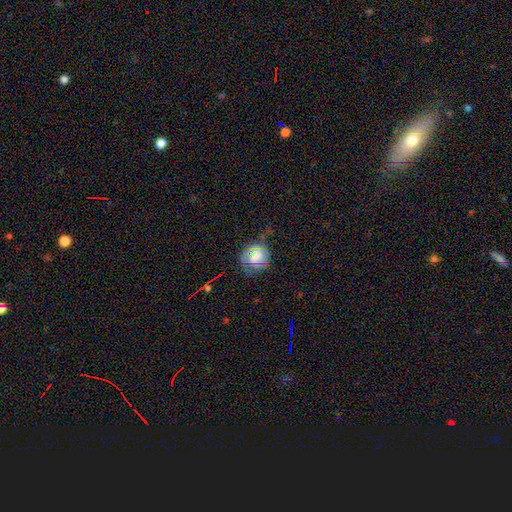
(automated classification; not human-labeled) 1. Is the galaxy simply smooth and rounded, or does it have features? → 46% smooth, 44% featured or disk, 10% star or artifact.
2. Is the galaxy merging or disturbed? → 52% none, 29% minor disturbance, 17% major disturbance, 2% merger.